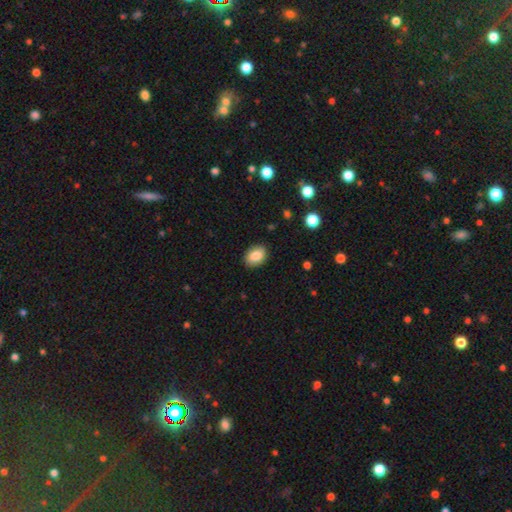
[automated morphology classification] A smooth galaxy with no disk features (86%) that is in between round and cigar-shaped (74%).

Vote fractions:
- Smooth or featured? smooth: 86% / star or artifact: 8% / featured or disk: 7%
- How rounded? in between: 74% / round: 25% / cigar-shaped: 1%
- Merging? none: 87% / minor disturbance: 10% / major disturbance: 2% / merger: 1%